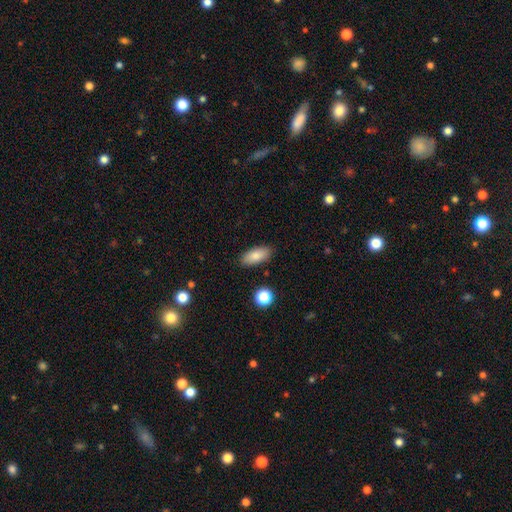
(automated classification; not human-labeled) Q: Smooth or featured?
A: smooth (84%); runner-up: featured or disk (9%)
Q: How rounded?
A: in between (85%); runner-up: cigar-shaped (12%)
Q: Merging?
A: none (87%); runner-up: minor disturbance (9%)